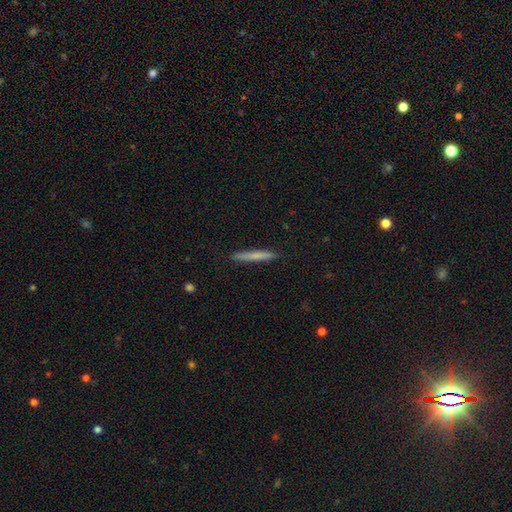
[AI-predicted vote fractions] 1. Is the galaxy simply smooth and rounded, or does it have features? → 67% smooth, 27% featured or disk, 6% star or artifact.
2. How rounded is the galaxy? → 96% cigar-shaped, 3% in between, 1% round.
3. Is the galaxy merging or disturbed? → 91% none, 7% minor disturbance, 1% major disturbance, 1% merger.